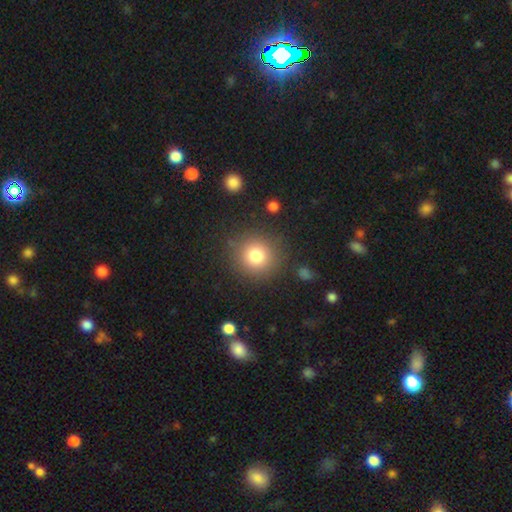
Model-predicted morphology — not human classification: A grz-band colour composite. It shows a smooth galaxy with no disk features (79%) that is round (92%). Merging: none (86%).